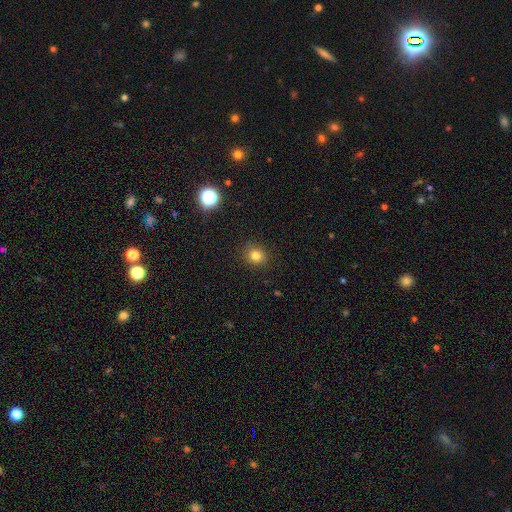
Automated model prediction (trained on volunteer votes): smooth_or_featured: smooth (p=0.80) [alt: star or artifact p=0.14]
how_rounded: round (p=0.82) [alt: in between p=0.17]
merging: none (p=0.88) [alt: minor disturbance p=0.08]